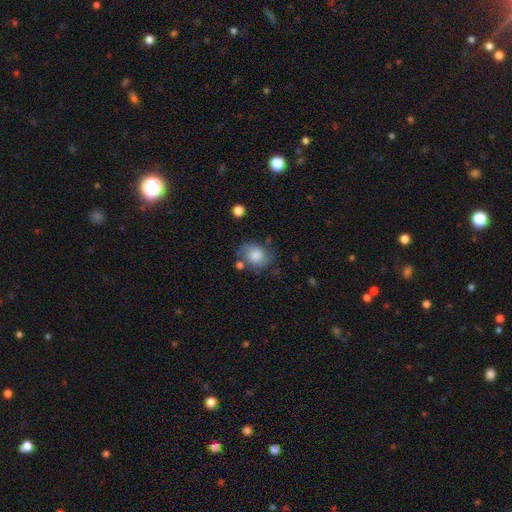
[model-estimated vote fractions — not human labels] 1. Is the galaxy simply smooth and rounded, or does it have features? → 70% smooth, 22% featured or disk, 8% star or artifact.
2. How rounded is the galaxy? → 54% in between, 45% round, 1% cigar-shaped.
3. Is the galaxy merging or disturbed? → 58% none, 24% minor disturbance, 10% major disturbance, 7% merger.